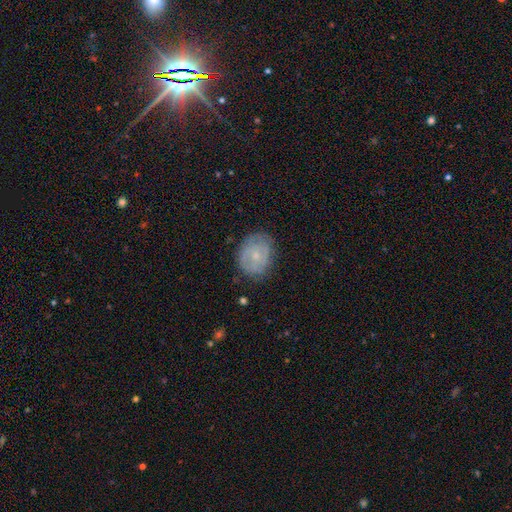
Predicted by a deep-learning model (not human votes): smooth-or-featured: featured or disk: 56% | smooth: 37% | star or artifact: 8%
  disk-edge-on: no: 97% | yes: 3%
    bar: no: 78% | weak: 19% | strong: 3%
    has-spiral-arms: yes: 73% | no: 27%
    bulge-size: small: 67% | moderate: 27% | none: 3% | large: 1% | dominant: 1%
  merging: none: 75% | minor disturbance: 19% | major disturbance: 6% | merger: 1%